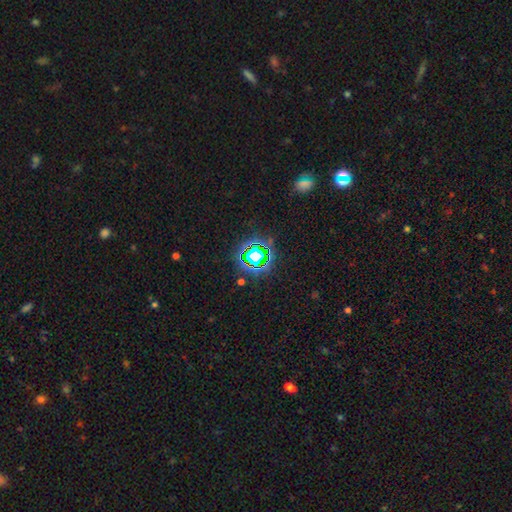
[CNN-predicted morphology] smooth_or_featured: star or artifact (p=0.70) [alt: smooth p=0.19]